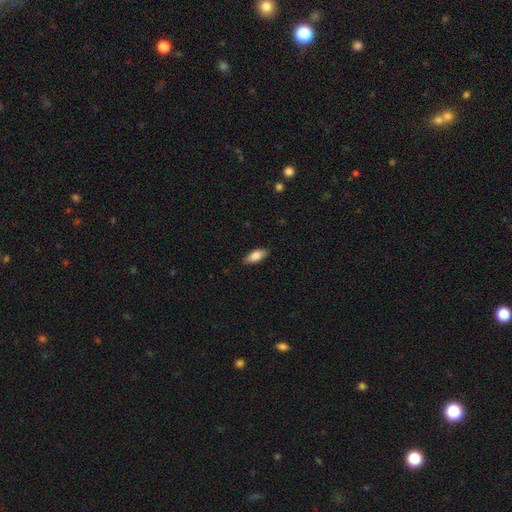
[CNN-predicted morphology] Smooth or featured? smooth (80%)
How rounded? in between (81%)
Merging? none (87%)